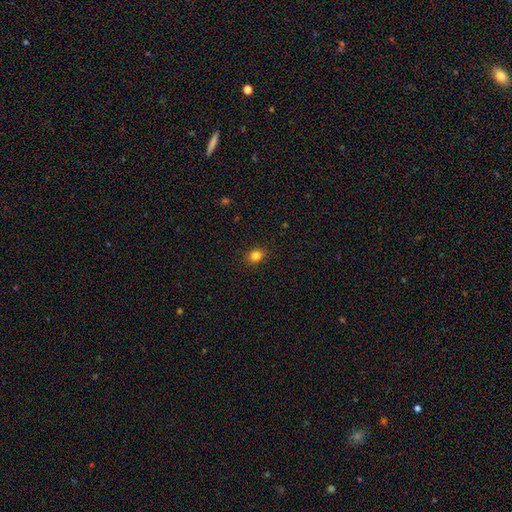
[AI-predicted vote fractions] smooth-or-featured: smooth: 82% | star or artifact: 13% | featured or disk: 5%
  how-rounded: round: 70% | in between: 29% | cigar-shaped: 1%
  merging: none: 89% | minor disturbance: 8% | major disturbance: 2% | merger: 1%